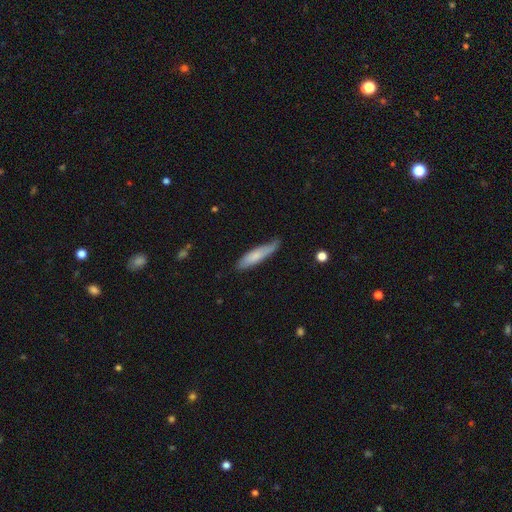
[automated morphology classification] Smooth or featured?
  - smooth: 70% *
  - featured or disk: 25%
  - star or artifact: 6%
How rounded?
  - cigar-shaped: 78% *
  - in between: 21%
  - round: 1%
Merging?
  - none: 61% *
  - minor disturbance: 31%
  - major disturbance: 6%
  - merger: 2%